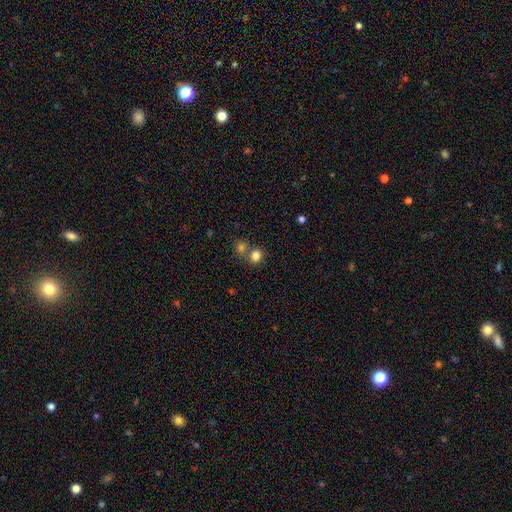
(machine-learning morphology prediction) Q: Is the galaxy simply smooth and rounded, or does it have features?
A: smooth — 81%.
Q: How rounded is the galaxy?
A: round — 73%.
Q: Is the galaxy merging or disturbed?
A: none — 54%.